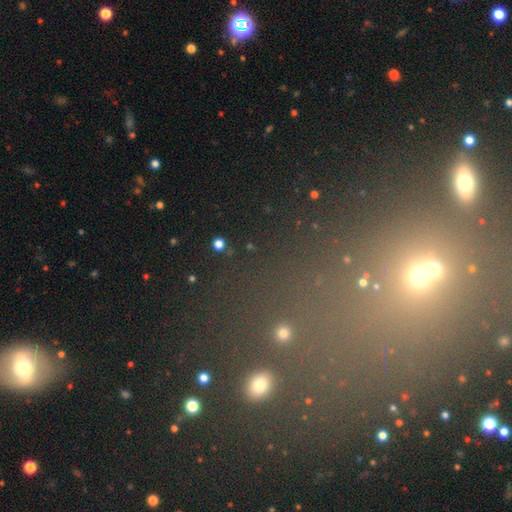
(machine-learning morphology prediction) smooth_or_featured: star or artifact (p=0.66) [alt: smooth p=0.23]